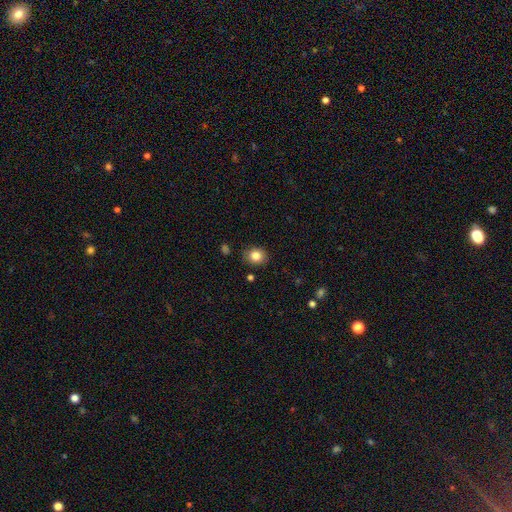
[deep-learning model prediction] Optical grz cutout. It shows a smooth galaxy with no disk features (83%) that is round (65%). Merging: none (86%).